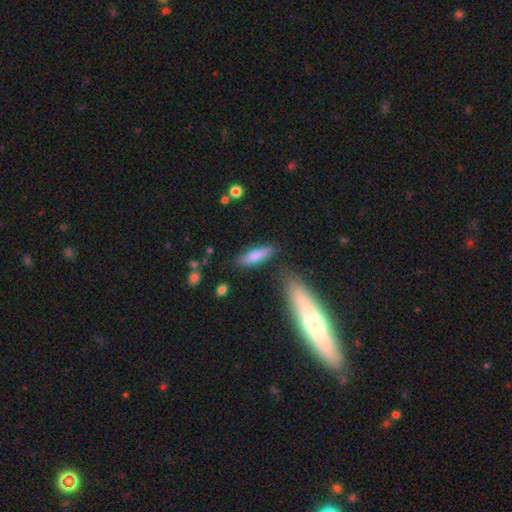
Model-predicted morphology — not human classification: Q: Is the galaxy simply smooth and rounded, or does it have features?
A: smooth — 78%.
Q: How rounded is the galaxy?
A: cigar-shaped — 59%.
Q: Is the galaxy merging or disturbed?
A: none — 79%.